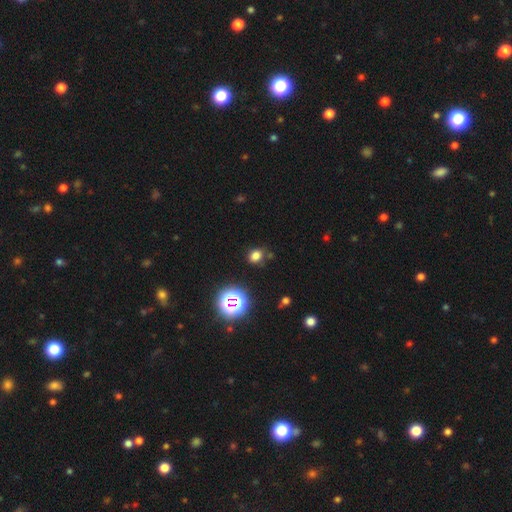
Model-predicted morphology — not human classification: Smooth or featured?
  - smooth: 72% *
  - star or artifact: 22%
  - featured or disk: 6%
How rounded?
  - round: 59% *
  - in between: 40%
  - cigar-shaped: 1%
Merging?
  - none: 80% *
  - minor disturbance: 13%
  - major disturbance: 4%
  - merger: 4%